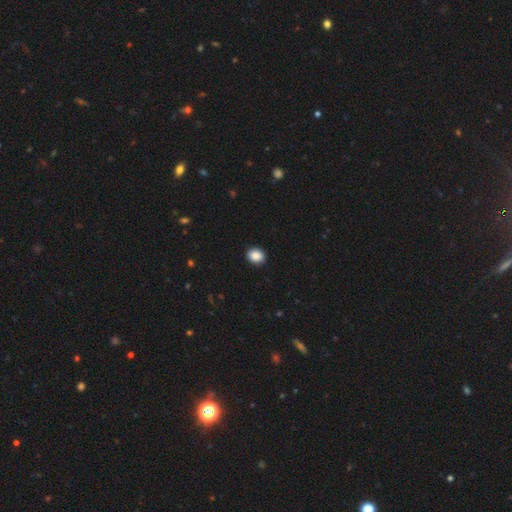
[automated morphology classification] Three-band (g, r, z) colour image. It shows a smooth galaxy with no disk features (88%) that is round (54%). Merging: none (92%).